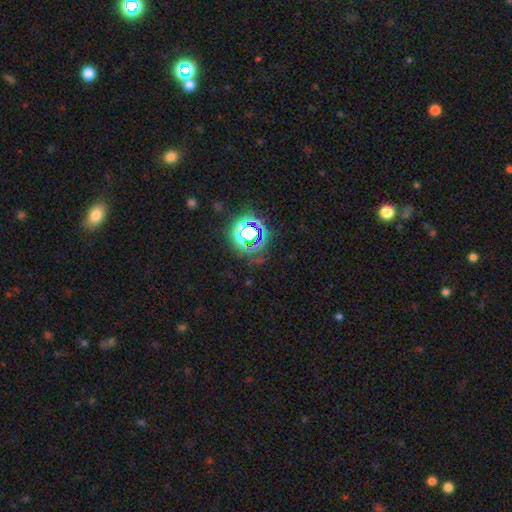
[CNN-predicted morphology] smooth_or_featured: star or artifact (p=0.75) [alt: smooth p=0.16]